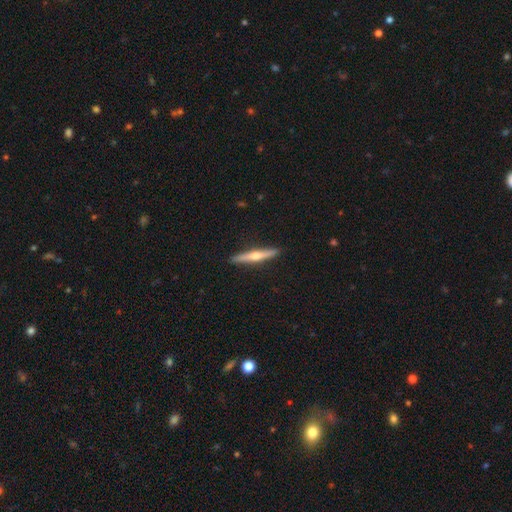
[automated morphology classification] featured or disk 66%, smooth 29%, star or artifact 5%. Down the decision tree: edge-on disk — yes (97%); edge-on bulge — rounded (91%); merging — none (92%).